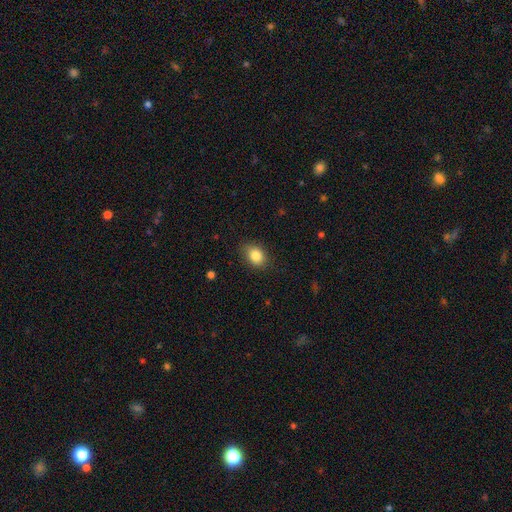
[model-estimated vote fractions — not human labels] smooth 85%, star or artifact 9%, featured or disk 7%. Down the decision tree: how rounded — in between (68%); merging — none (83%).